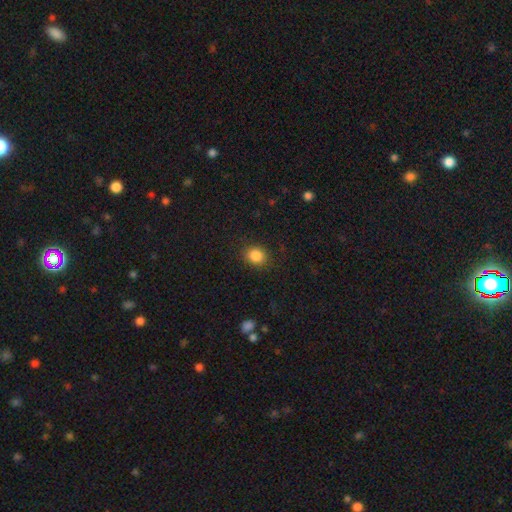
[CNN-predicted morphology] This is clearly a smooth galaxy (86%). How rounded: likely round (68%). Merging: clearly none (88%).